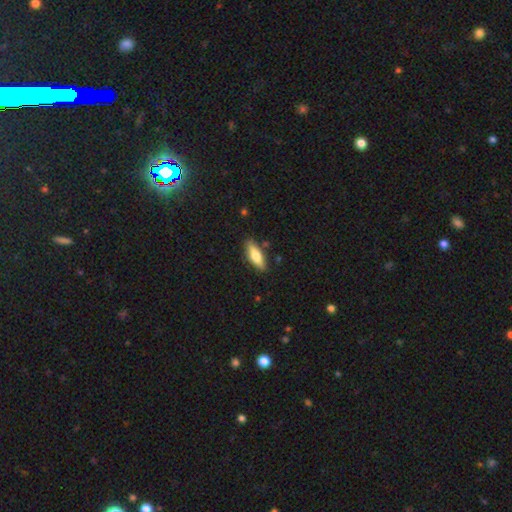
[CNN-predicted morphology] Smooth or featured? Predicted: smooth (p=0.73). How rounded? Predicted: in between (p=0.59). Merging? Predicted: none (p=0.84).